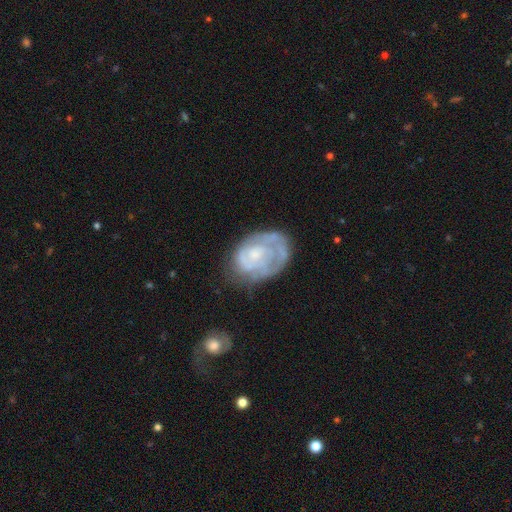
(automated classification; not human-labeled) A featured or disk galaxy (69%) with no bar (77%), spiral arms (70%) and a small central bulge (50%). Merging: none (53%).